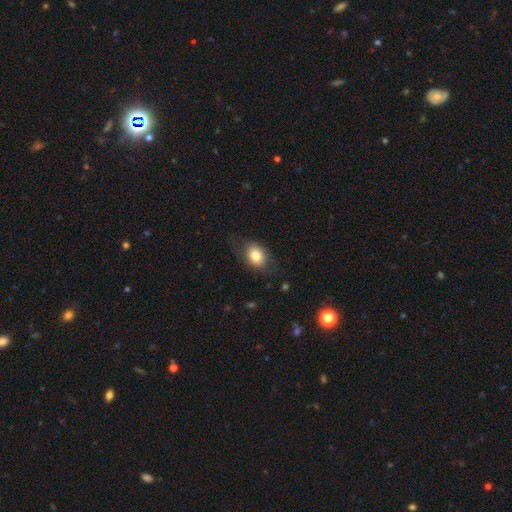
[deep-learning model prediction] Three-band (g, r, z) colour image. It shows a smooth galaxy with no disk features (81%) that is in between round and cigar-shaped (70%). Merging: none (72%).